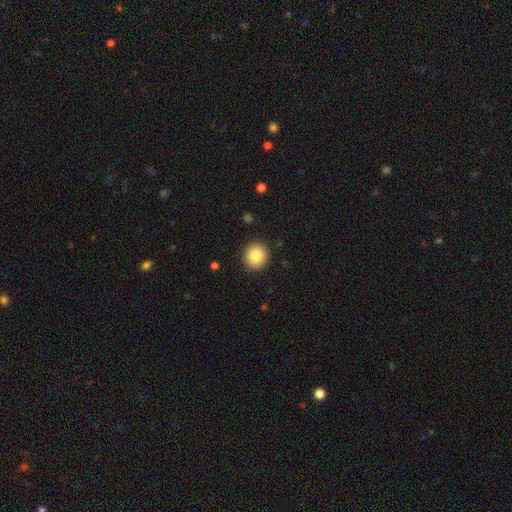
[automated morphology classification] Smooth or featured? smooth (85%)
How rounded? round (92%)
Merging? none (91%)